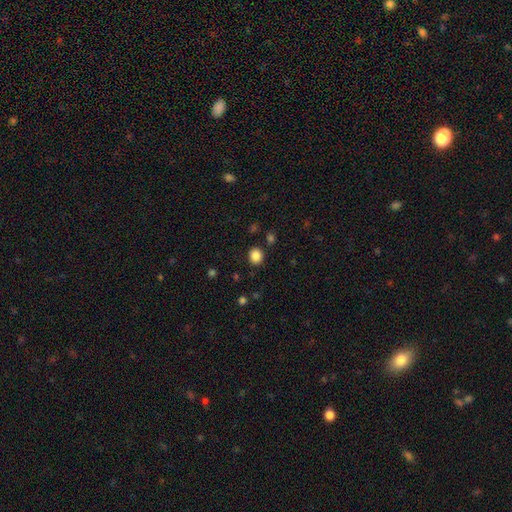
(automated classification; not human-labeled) Smooth or featured? smooth (85%)
How rounded? round (75%)
Merging? none (88%)